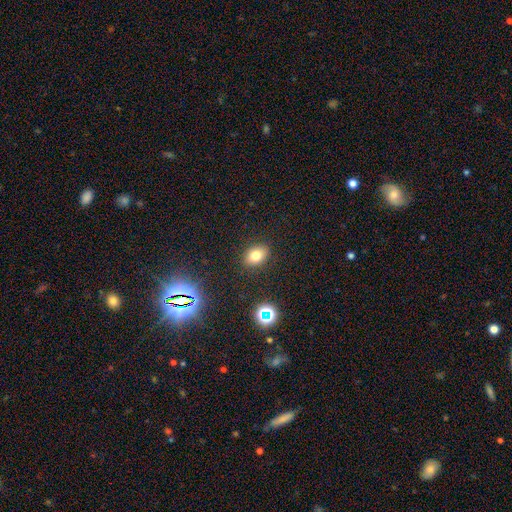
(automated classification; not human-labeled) This is likely a smooth galaxy (75%). How rounded: likely in between (70%). Merging: clearly none (87%).